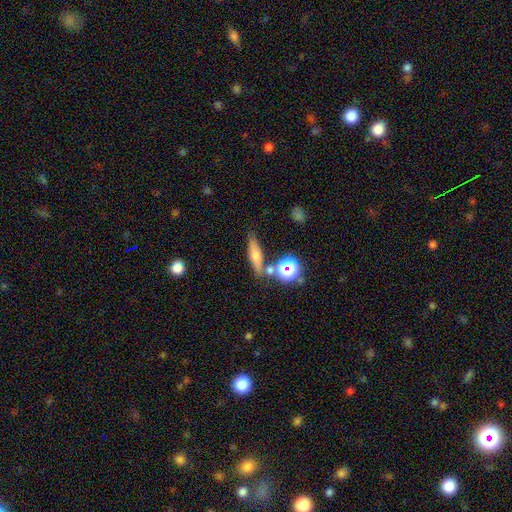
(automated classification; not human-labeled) Overall: smooth (54%; featured or disk 31%). How rounded: cigar-shaped (65%). Merging: none (74%).